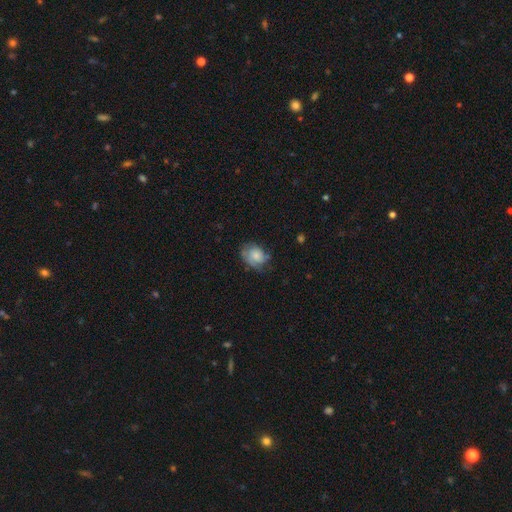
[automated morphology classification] Q: Smooth or featured?
A: smooth (61%); runner-up: featured or disk (30%)
Q: How rounded?
A: in between (57%); runner-up: round (42%)
Q: Merging?
A: none (55%); runner-up: minor disturbance (30%)